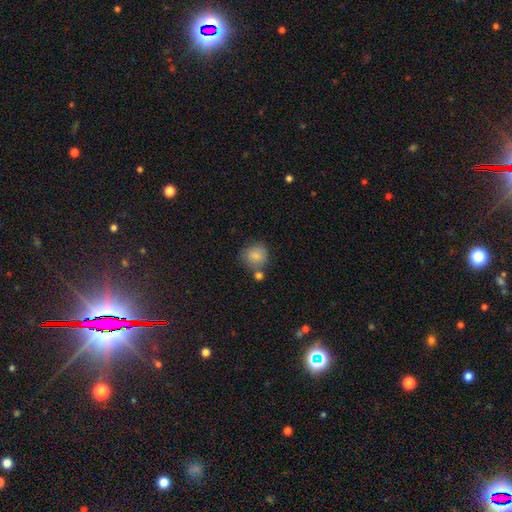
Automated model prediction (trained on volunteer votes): smooth-or-featured: smooth: 84% | star or artifact: 9% | featured or disk: 7%
  how-rounded: round: 85% | in between: 14% | cigar-shaped: 1%
  merging: none: 62% | merger: 18% | minor disturbance: 15% | major disturbance: 4%